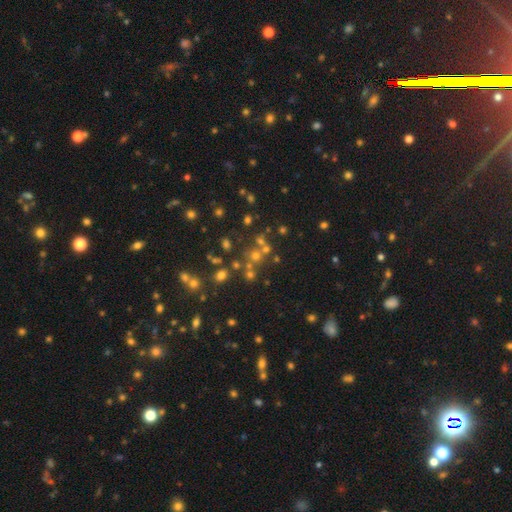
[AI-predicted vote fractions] star or artifact 44%, smooth 39%, featured or disk 17%.